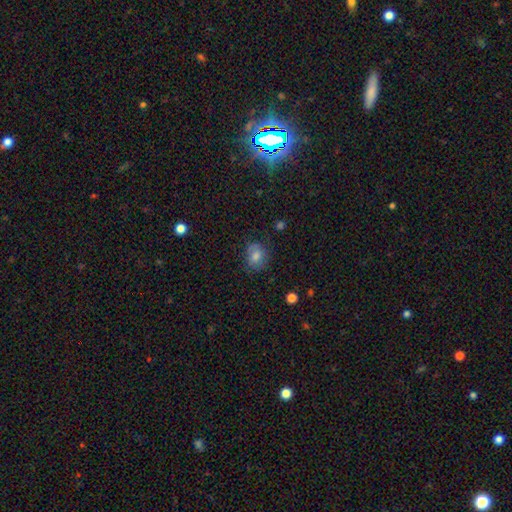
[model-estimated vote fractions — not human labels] This appears to be a smooth galaxy with no disk features (65%) that is round (57%). Merging: none (71%).